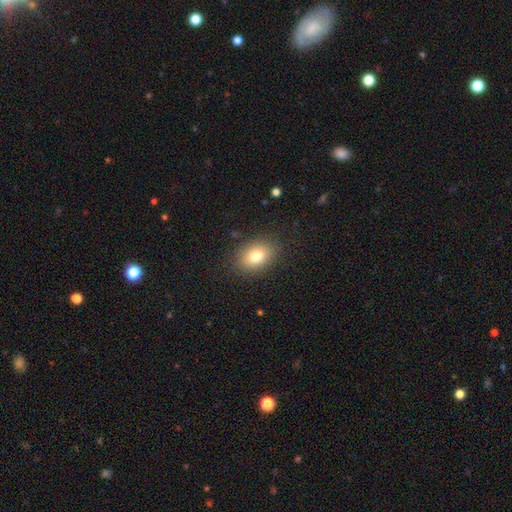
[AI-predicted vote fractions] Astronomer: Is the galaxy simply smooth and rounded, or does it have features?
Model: smooth — 80%.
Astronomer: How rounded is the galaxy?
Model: in between — 77%.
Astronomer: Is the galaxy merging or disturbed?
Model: none — 86%.